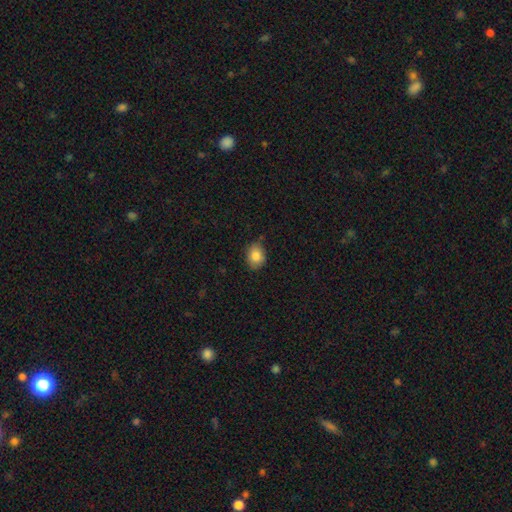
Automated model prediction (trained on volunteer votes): Overall: smooth (85%). How rounded: in between (57%; round 42%). Merging: none (79%).